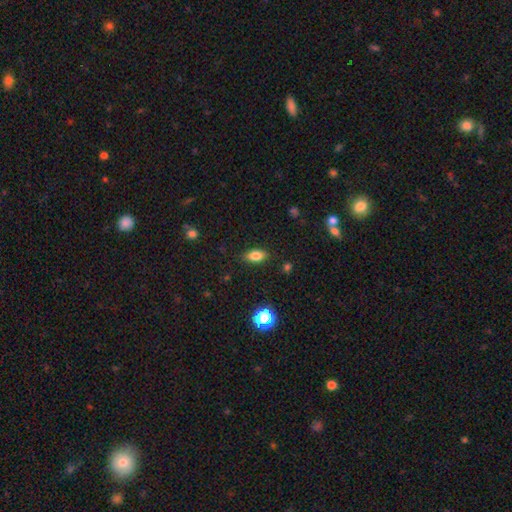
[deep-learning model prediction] The model was most divided on "smooth or featured": smooth: 78%, featured or disk: 12%, star or artifact: 10%. More confident: merging — none (85%); how rounded — in between (84%).